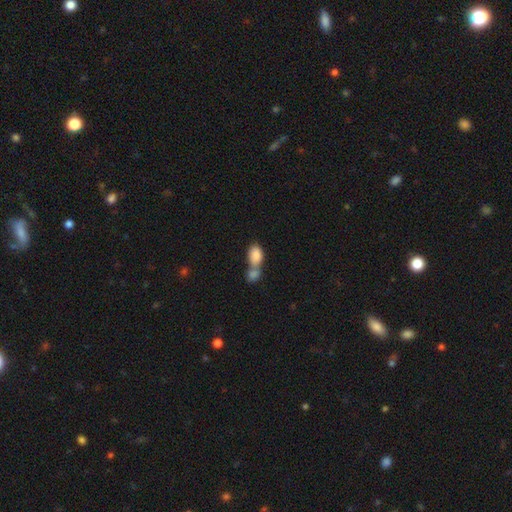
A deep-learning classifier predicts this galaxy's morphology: Q: Smooth or featured?
A: smooth (85%); runner-up: featured or disk (8%)
Q: How rounded?
A: in between (89%); runner-up: round (9%)
Q: Merging?
A: merger (67%); runner-up: none (22%)